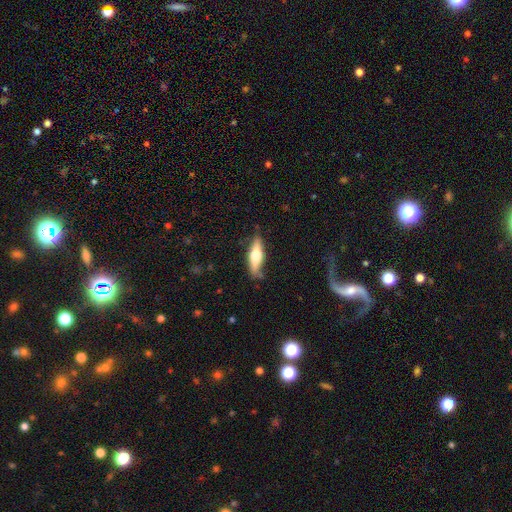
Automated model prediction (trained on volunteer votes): Q: Smooth or featured?
A: smooth (53%); runner-up: featured or disk (42%)
Q: How rounded?
A: cigar-shaped (58%); runner-up: in between (39%)
Q: Merging?
A: none (78%); runner-up: minor disturbance (16%)